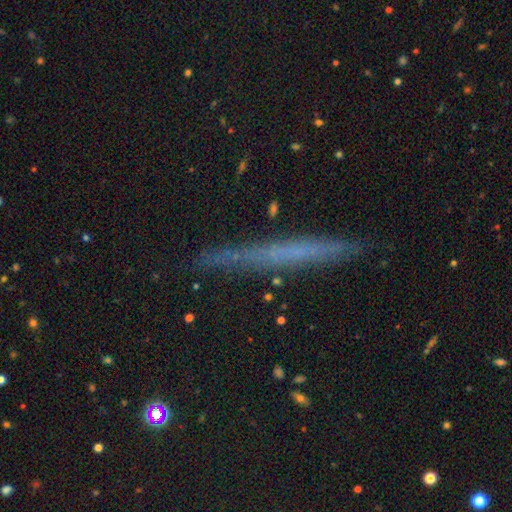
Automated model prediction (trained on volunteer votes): A featured or disk galaxy (46%).

Vote fractions:
- Smooth or featured? featured or disk: 46% / smooth: 44% / star or artifact: 10%
- Merging? none: 84% / minor disturbance: 12% / major disturbance: 3% / merger: 2%